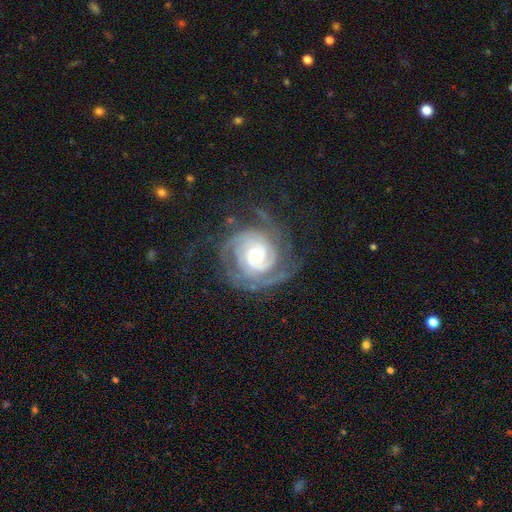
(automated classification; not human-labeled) Morphology: type=featured or disk (90%); edge-on=no (98%); bar=no (65%); spiral arms=yes (98%); winding=tight (73%); arm count=2 (33%); bulge=small (56%); merging=none (71%).